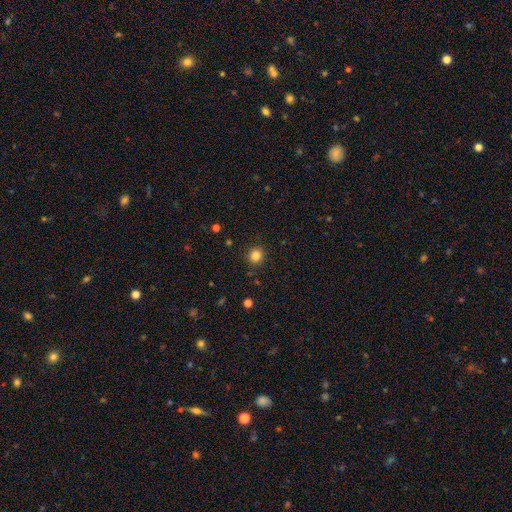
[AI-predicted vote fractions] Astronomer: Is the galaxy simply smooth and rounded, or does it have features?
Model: smooth — 83%.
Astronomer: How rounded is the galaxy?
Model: round — 90%.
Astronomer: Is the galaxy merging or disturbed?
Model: none — 89%.